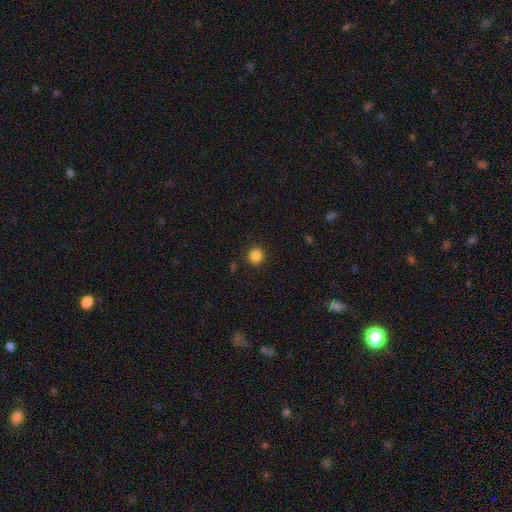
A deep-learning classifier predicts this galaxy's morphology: smooth_or_featured: smooth (p=0.85) [alt: star or artifact p=0.11]
how_rounded: round (p=0.94) [alt: in between p=0.05]
merging: none (p=0.90) [alt: minor disturbance p=0.06]